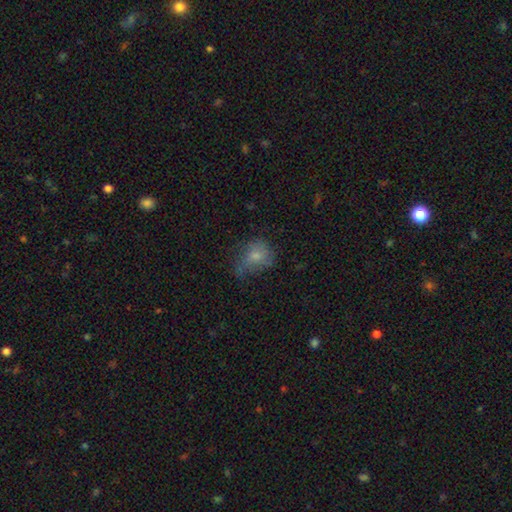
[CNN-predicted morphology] smooth_or_featured: smooth (p=0.67) [alt: featured or disk p=0.21]
how_rounded: in between (p=0.50) [alt: round p=0.49]
merging: none (p=0.42) [alt: minor disturbance p=0.32]